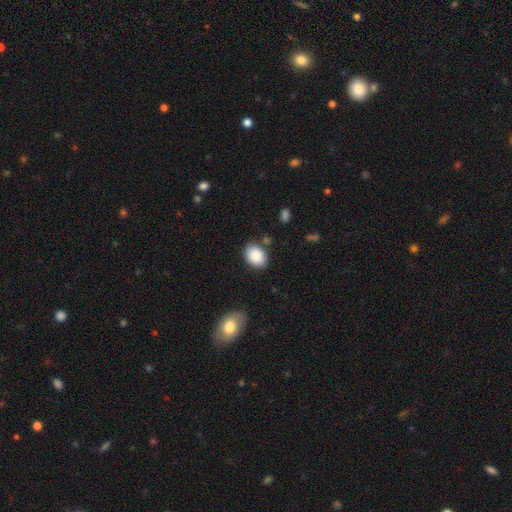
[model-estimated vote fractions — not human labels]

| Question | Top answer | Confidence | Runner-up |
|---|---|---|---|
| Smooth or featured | smooth | 88% | star or artifact (7%) |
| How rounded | in between | 79% | round (20%) |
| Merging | none | 82% | minor disturbance (12%) |